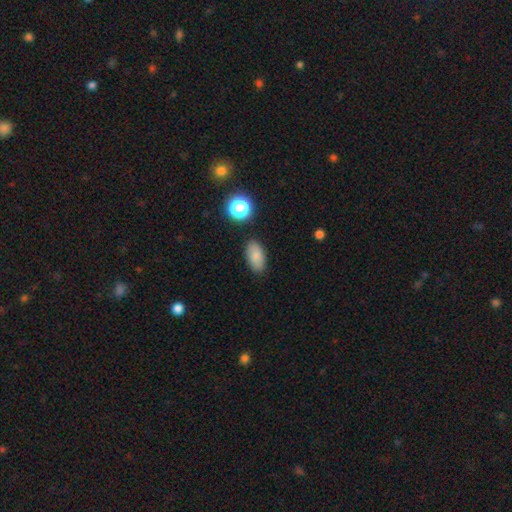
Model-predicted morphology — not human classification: type=smooth (82%); roundness=in between (91%); merging=none (84%).